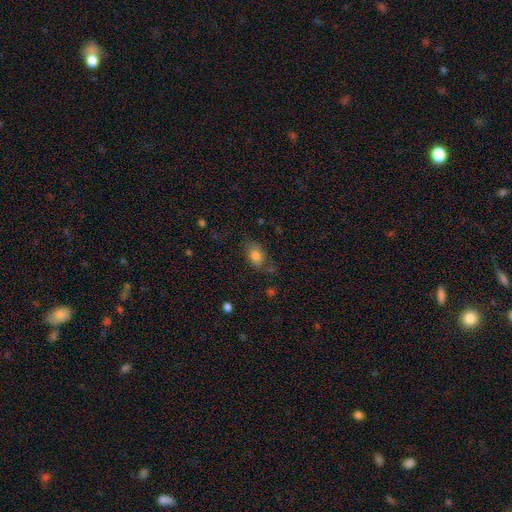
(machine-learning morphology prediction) A smooth galaxy with no disk features (80%) that is in between round and cigar-shaped (80%).

Vote fractions:
- Smooth or featured? smooth: 80% / featured or disk: 10% / star or artifact: 10%
- How rounded? in between: 80% / round: 17% / cigar-shaped: 2%
- Merging? none: 67% / minor disturbance: 22% / major disturbance: 7% / merger: 3%